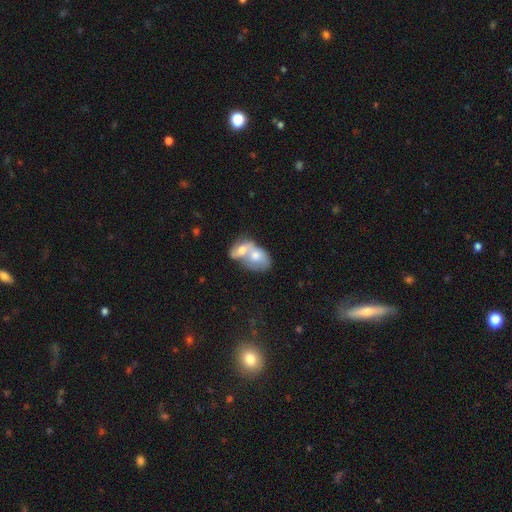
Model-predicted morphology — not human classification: Q: Smooth or featured?
A: smooth (59%); runner-up: featured or disk (34%)
Q: How rounded?
A: in between (78%); runner-up: round (21%)
Q: Merging?
A: merger (83%); runner-up: none (9%)